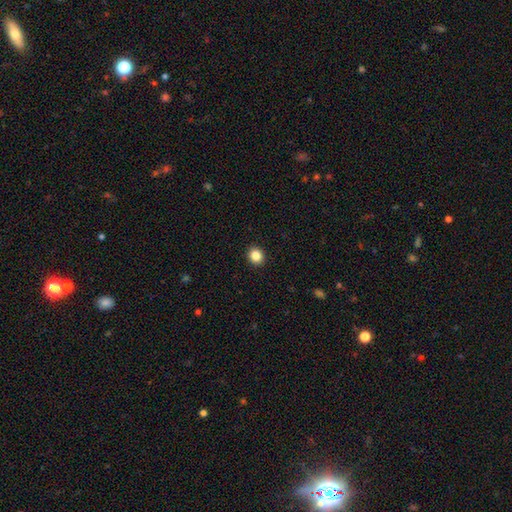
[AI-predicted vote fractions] Smooth or featured: smooth — 86% (star or artifact — 10%)
How rounded: round — 82% (in between — 17%)
Merging: none — 93% (minor disturbance — 5%)